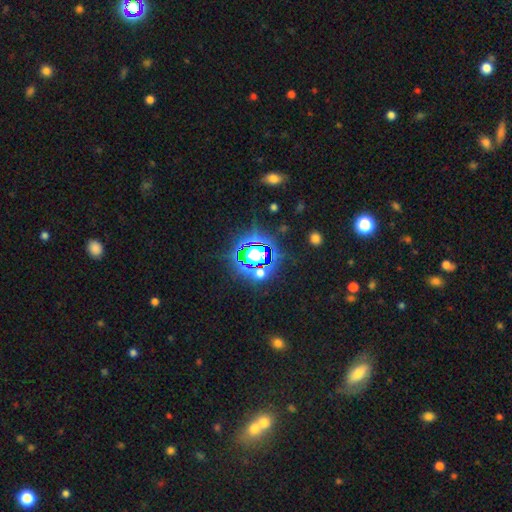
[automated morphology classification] A star or artifact, not a galaxy (81%).

Vote fractions:
- Smooth or featured? star or artifact: 81% / smooth: 12% / featured or disk: 7%